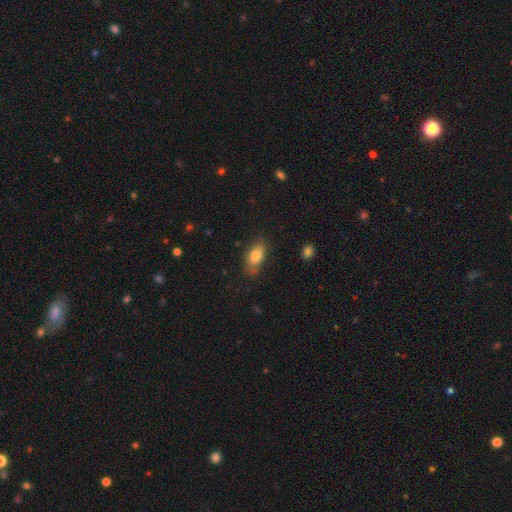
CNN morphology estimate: smooth 79%, featured or disk 13%, star or artifact 8%. Down the decision tree: how rounded — in between (88%); merging — none (71%).